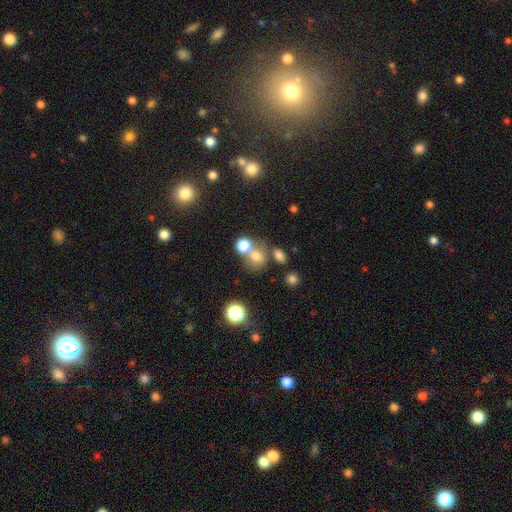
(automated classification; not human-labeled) Q: Smooth or featured?
A: smooth (72%); runner-up: star or artifact (17%)
Q: How rounded?
A: round (74%); runner-up: in between (25%)
Q: Merging?
A: none (48%); runner-up: merger (37%)